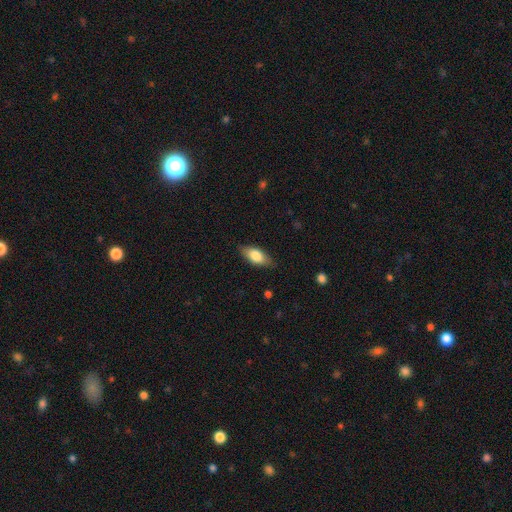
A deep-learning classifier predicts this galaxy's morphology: Smooth or featured?
  - smooth: 78% *
  - featured or disk: 15%
  - star or artifact: 6%
How rounded?
  - in between: 86% *
  - cigar-shaped: 11%
  - round: 3%
Merging?
  - none: 81% *
  - minor disturbance: 15%
  - major disturbance: 3%
  - merger: 1%